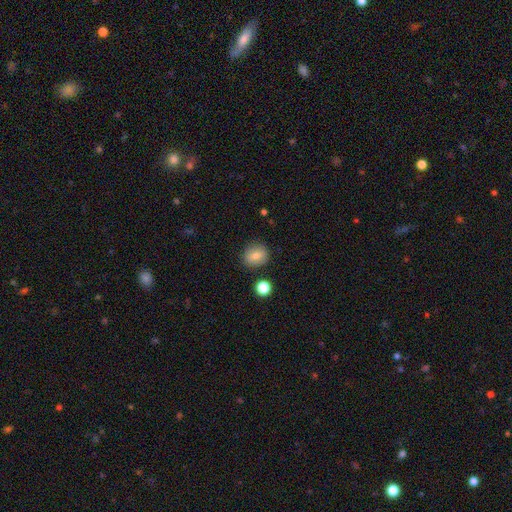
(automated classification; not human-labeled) Overall: smooth (75%). How rounded: round (79%). Merging: none (86%).